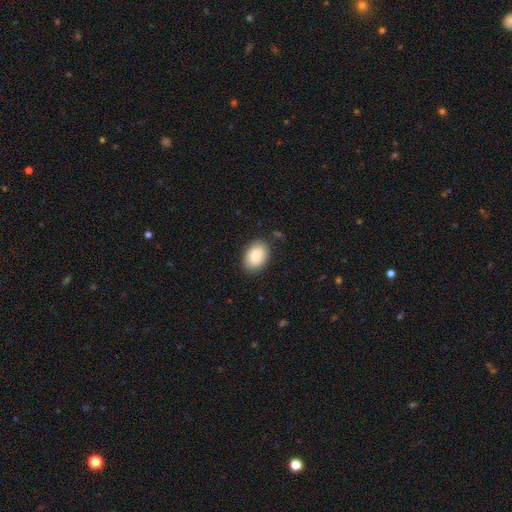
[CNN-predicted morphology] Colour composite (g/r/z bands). It shows a smooth galaxy with no disk features (87%) that is in between round and cigar-shaped (84%). Merging: none (84%).